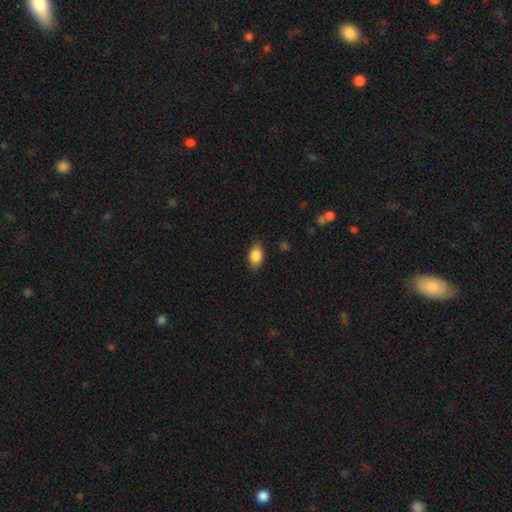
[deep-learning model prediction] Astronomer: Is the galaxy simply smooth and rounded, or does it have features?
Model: smooth — 85%.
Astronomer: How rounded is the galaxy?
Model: in between — 88%.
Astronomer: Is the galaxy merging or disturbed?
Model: none — 82%.